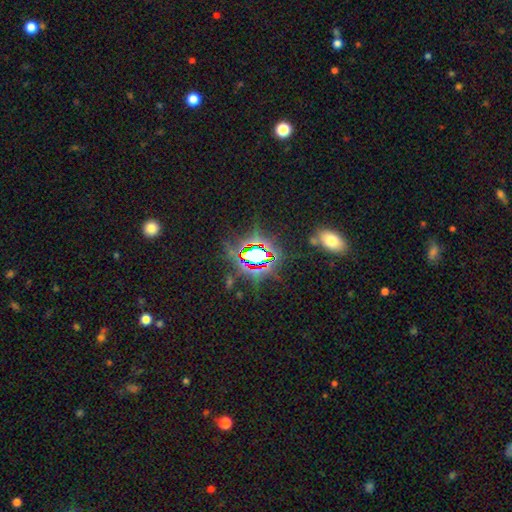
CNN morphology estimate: smooth-or-featured: star or artifact: 77% | smooth: 13% | featured or disk: 9%